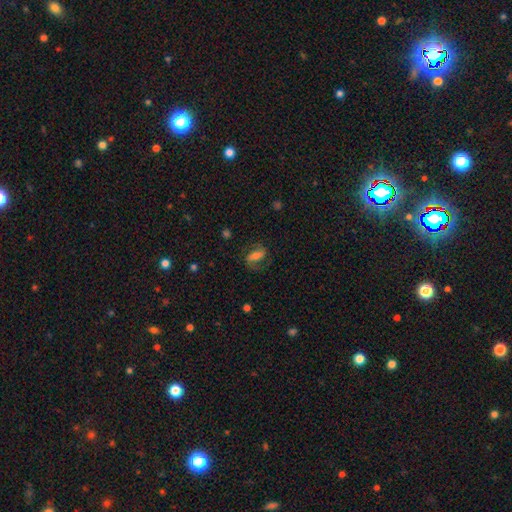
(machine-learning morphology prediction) featured or disk 72%, smooth 20%, star or artifact 8%. Down the decision tree: edge-on disk — no (96%); bar — strong (42%); spiral arms — yes (94%); spiral arm count — 2 (91%); spiral winding — medium (51%); bulge size — moderate (42%); merging — none (74%).